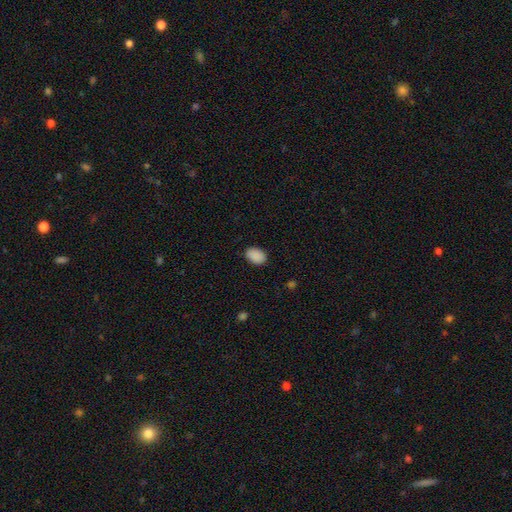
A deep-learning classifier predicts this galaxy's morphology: A smooth galaxy with no disk features (90%) that is in between round and cigar-shaped (83%). Merging: none (87%).